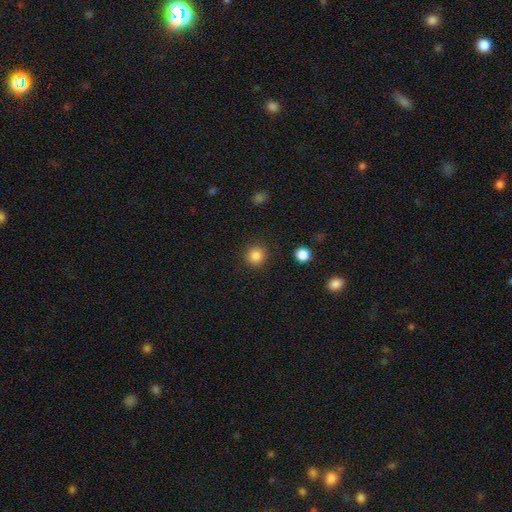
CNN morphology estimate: This is clearly a smooth galaxy (85%). How rounded: clearly round (94%). Merging: clearly none (91%).